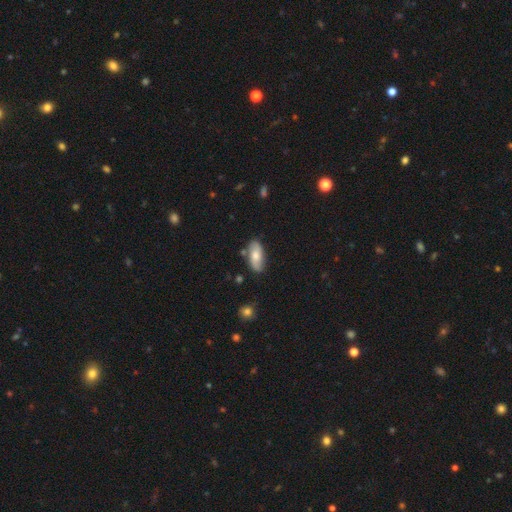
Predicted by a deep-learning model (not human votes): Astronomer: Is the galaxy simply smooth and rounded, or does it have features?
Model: smooth — 61%.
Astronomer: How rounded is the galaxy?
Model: in between — 87%.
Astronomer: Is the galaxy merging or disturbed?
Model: none — 77%.